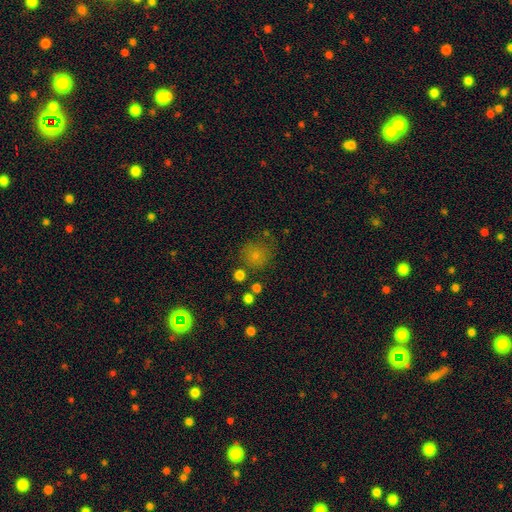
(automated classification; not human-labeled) Overall: smooth (75%). How rounded: round (87%). Merging: none (68%).